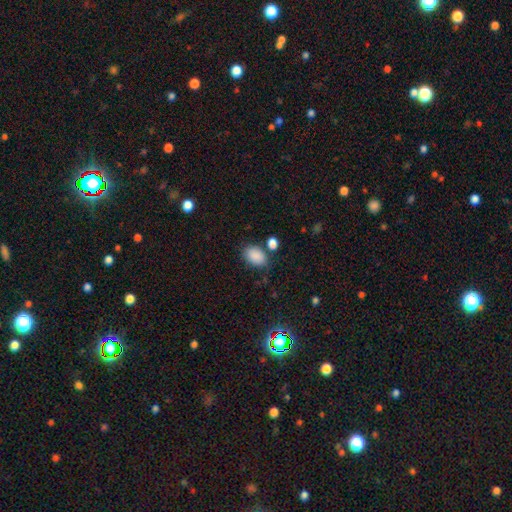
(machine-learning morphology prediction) Smooth or featured?
  - smooth: 87% *
  - star or artifact: 8%
  - featured or disk: 4%
How rounded?
  - in between: 85% *
  - round: 14%
  - cigar-shaped: 1%
Merging?
  - none: 71% *
  - minor disturbance: 15%
  - merger: 9%
  - major disturbance: 5%